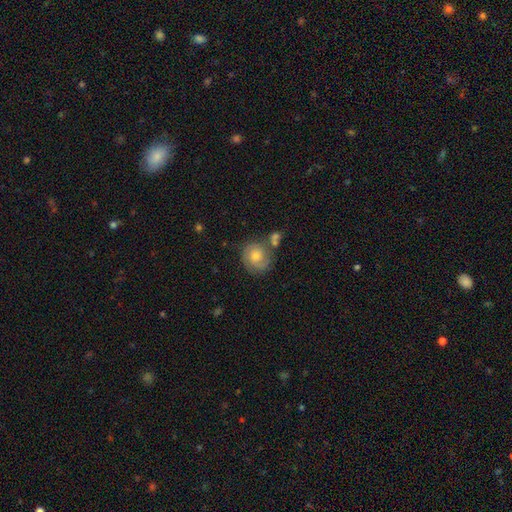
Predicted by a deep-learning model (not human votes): The model was most divided on "smooth or featured": featured or disk: 52%, smooth: 38%, star or artifact: 10%. More confident: edge-on disk — no (97%); spiral arms — yes (84%); bar — no (77%); merging — none (64%); bulge size — moderate (64%).